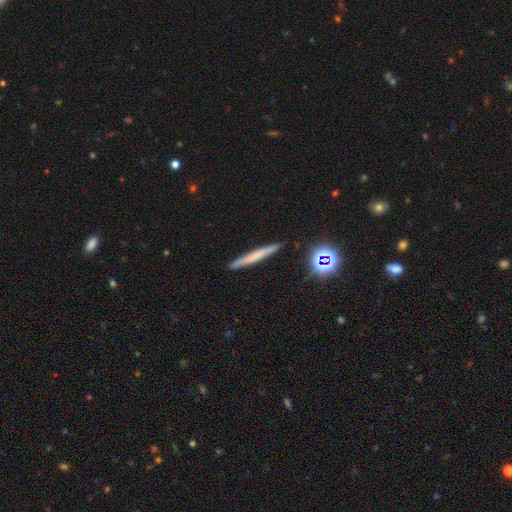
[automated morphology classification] A smooth galaxy with no disk features (55%) that is cigar-shaped (96%). Merging: none (89%).